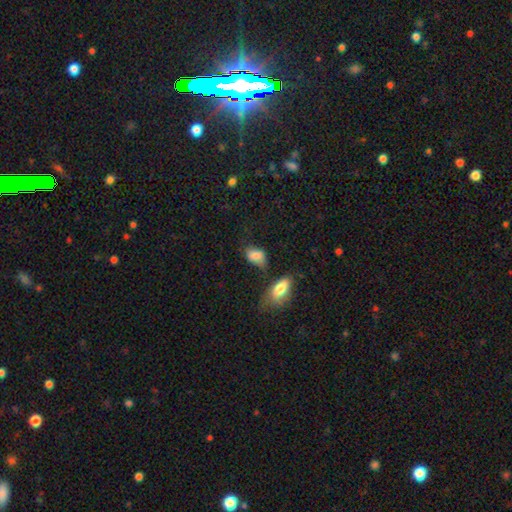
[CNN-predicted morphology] A smooth galaxy with no disk features (79%) that is in between round and cigar-shaped (87%).

Vote fractions:
- Smooth or featured? smooth: 79% / featured or disk: 11% / star or artifact: 9%
- How rounded? in between: 87% / round: 11% / cigar-shaped: 2%
- Merging? none: 39% / minor disturbance: 30% / major disturbance: 16% / merger: 16%